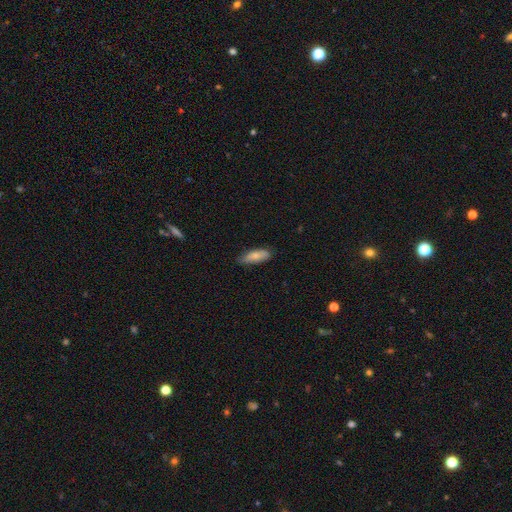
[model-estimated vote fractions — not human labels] This is likely a smooth galaxy (77%). How rounded: likely in between (65%). Merging: likely none (76%).